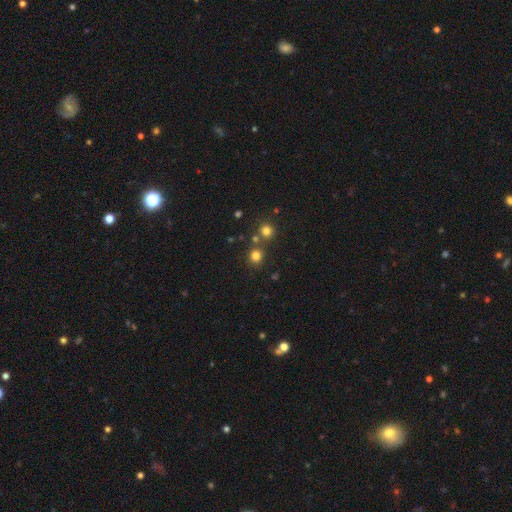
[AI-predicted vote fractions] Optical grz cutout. It shows a smooth galaxy with no disk features (77%) that is round (88%). Merging: none (73%).